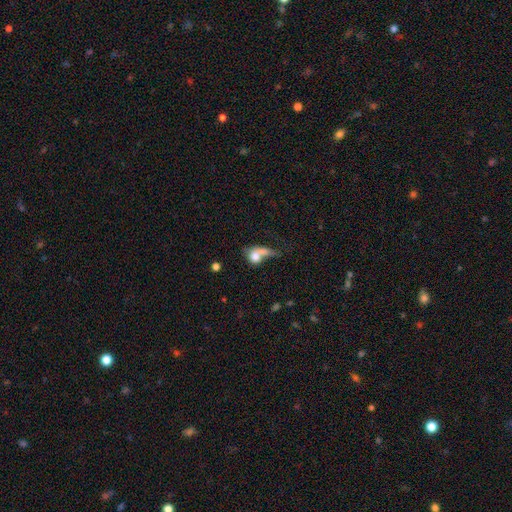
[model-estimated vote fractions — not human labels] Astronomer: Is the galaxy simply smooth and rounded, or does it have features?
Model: smooth — 69%.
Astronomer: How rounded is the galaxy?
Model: round — 48% (runner-up: in between, 46%).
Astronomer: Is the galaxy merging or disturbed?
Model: merger — 39% (runner-up: major disturbance, 27%).